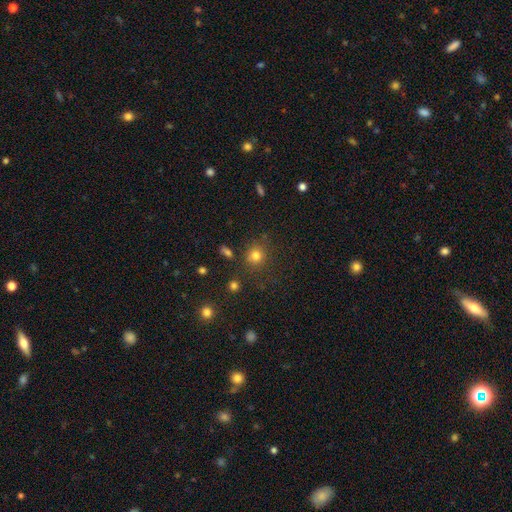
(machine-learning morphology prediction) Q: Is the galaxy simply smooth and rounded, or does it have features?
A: smooth — 79%.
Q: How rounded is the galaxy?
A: round — 86%.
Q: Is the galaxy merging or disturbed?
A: none — 81%.